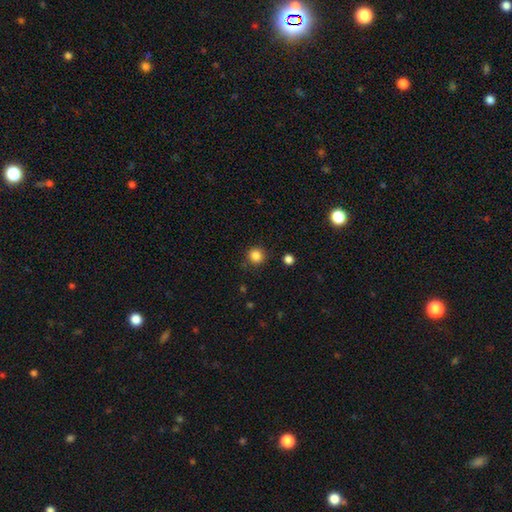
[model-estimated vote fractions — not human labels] smooth-or-featured: smooth: 85% | star or artifact: 11% | featured or disk: 4%
  how-rounded: round: 94% | in between: 6% | cigar-shaped: 1%
  merging: none: 88% | minor disturbance: 7% | major disturbance: 2% | merger: 2%